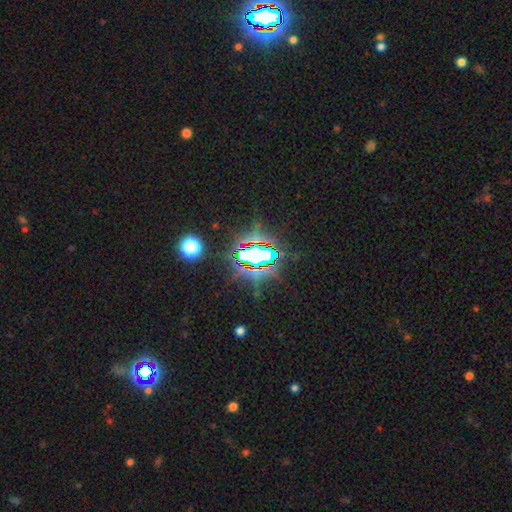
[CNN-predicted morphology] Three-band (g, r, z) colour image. It shows a star or artifact, not a galaxy (73%).